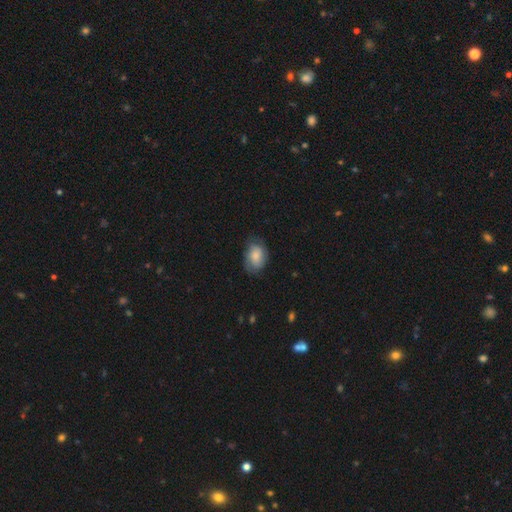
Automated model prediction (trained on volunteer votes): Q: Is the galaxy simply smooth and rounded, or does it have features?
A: smooth — 64%.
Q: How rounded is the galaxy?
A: in between — 69%.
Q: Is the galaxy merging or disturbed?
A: none — 67%.